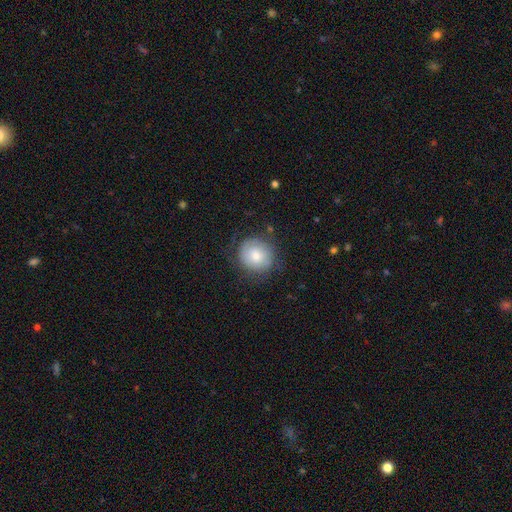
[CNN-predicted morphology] This is likely a smooth galaxy (67%). How rounded: clearly round (88%). Merging: likely none (69%).